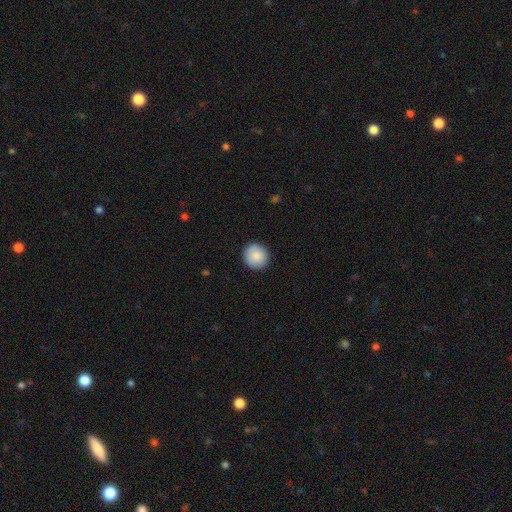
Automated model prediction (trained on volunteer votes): The model was most divided on "smooth or featured": smooth: 87%, star or artifact: 7%, featured or disk: 7%. More confident: how rounded — round (93%); merging — none (91%).